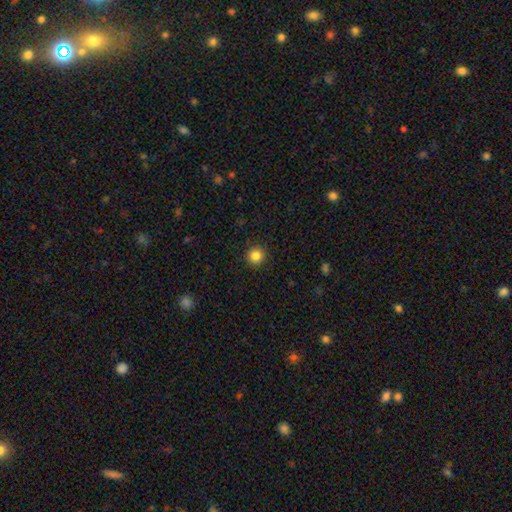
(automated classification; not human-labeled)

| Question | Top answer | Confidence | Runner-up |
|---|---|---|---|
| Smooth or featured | smooth | 85% | star or artifact (11%) |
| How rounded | round | 95% | in between (4%) |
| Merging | none | 92% | minor disturbance (5%) |